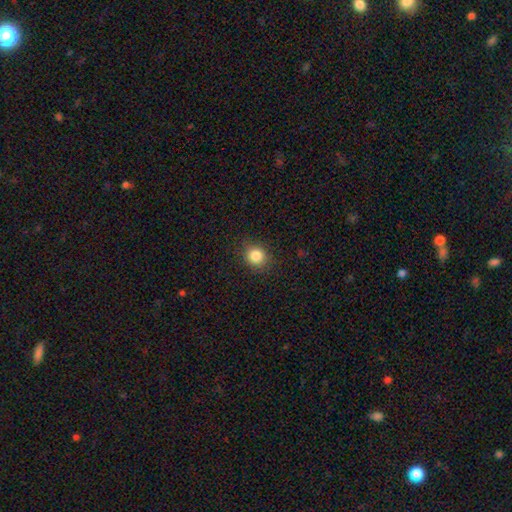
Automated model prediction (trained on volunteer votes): smooth_or_featured: smooth (p=0.85) [alt: star or artifact p=0.11]
how_rounded: round (p=0.82) [alt: in between p=0.17]
merging: none (p=0.87) [alt: minor disturbance p=0.09]